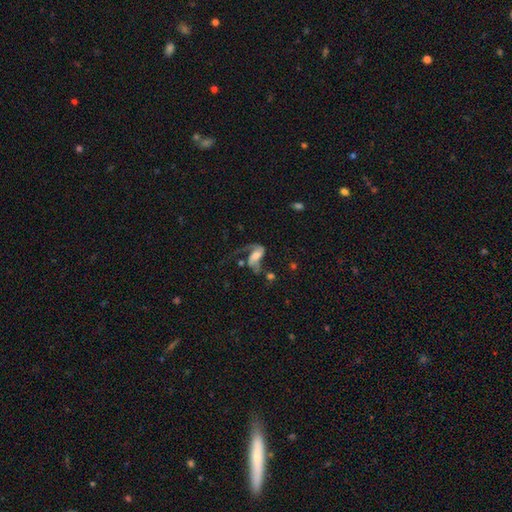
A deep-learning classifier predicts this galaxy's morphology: Q: Smooth or featured?
A: featured or disk (63%); runner-up: smooth (28%)
Q: Edge-on disk?
A: no (95%); runner-up: yes (5%)
Q: Bar?
A: no (50%); runner-up: weak (33%)
Q: Spiral arms?
A: yes (78%); runner-up: no (22%)
Q: Bulge size?
A: moderate (41%); runner-up: small (25%)
Q: Merging?
A: major disturbance (49%); runner-up: none (22%)